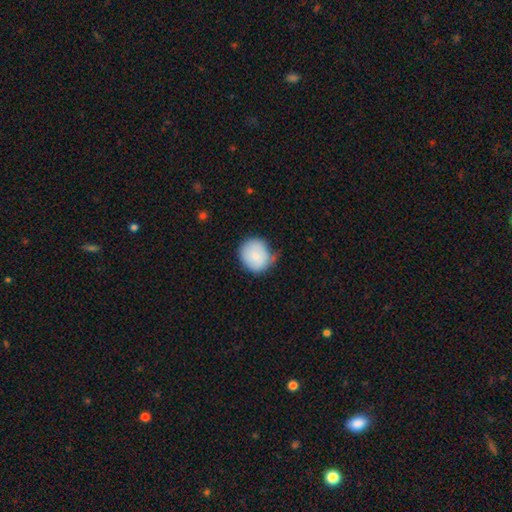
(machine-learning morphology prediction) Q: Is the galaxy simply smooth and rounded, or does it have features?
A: smooth — 83%.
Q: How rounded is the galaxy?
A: round — 84%.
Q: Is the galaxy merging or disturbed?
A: none — 53%.